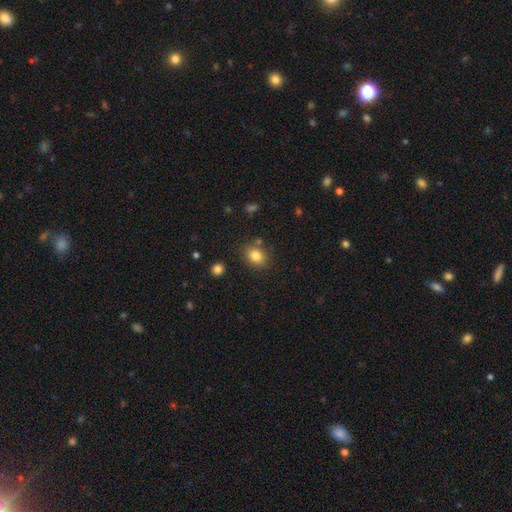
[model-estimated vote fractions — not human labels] This appears to be a smooth galaxy with no disk features (83%) that is in between round and cigar-shaped (56%). Merging: none (78%).